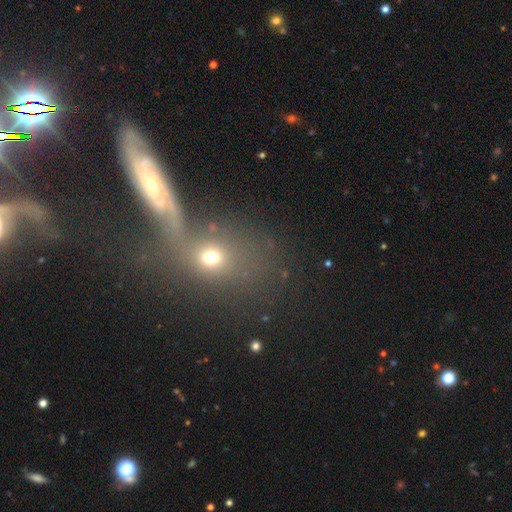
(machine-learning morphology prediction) The model was most divided on "merging": merger: 42%, none: 40%, minor disturbance: 10%, major disturbance: 8%. Remaining: smooth or featured — smooth (47%).